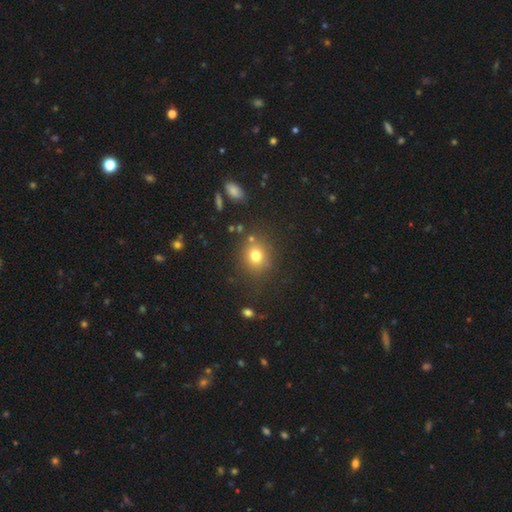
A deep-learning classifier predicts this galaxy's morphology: A smooth galaxy with no disk features (76%) that is round (75%). Merging: none (80%).